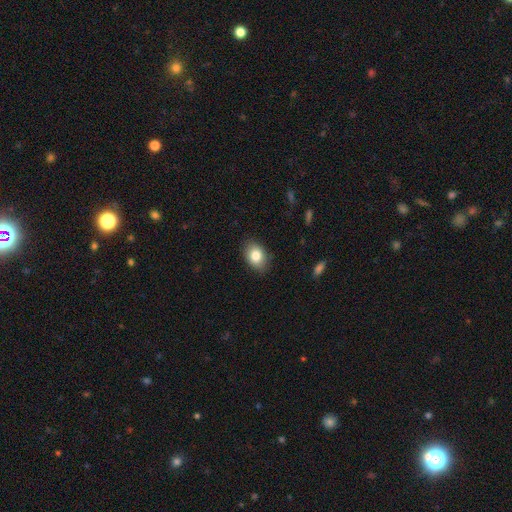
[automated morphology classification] smooth_or_featured: smooth (p=0.83) [alt: featured or disk p=0.09]
how_rounded: in between (p=0.79) [alt: round p=0.20]
merging: none (p=0.85) [alt: minor disturbance p=0.11]